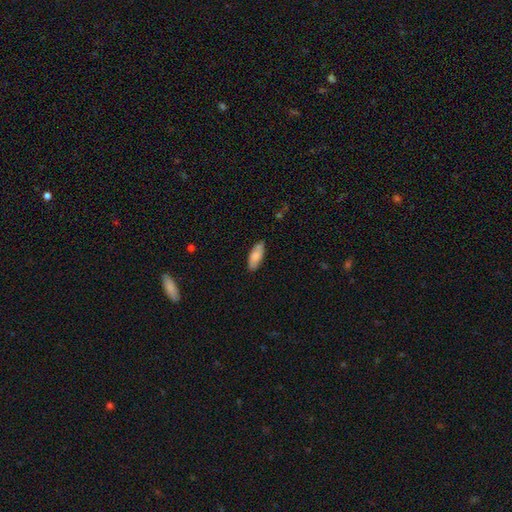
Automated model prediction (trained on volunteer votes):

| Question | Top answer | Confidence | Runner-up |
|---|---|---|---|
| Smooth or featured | smooth | 79% | featured or disk (15%) |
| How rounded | in between | 79% | cigar-shaped (19%) |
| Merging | none | 85% | minor disturbance (12%) |